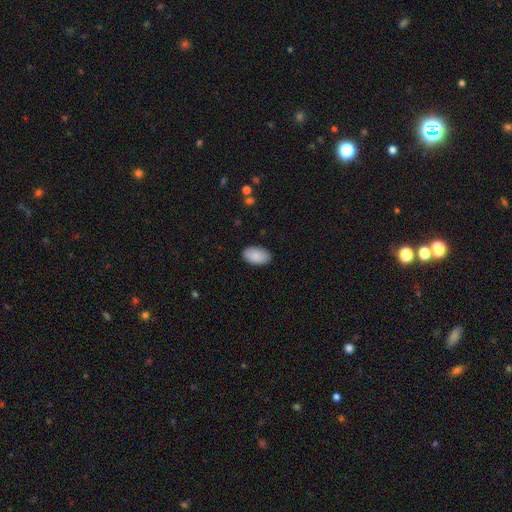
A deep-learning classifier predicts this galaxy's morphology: Overall: smooth (89%). How rounded: in between (95%). Merging: none (87%).